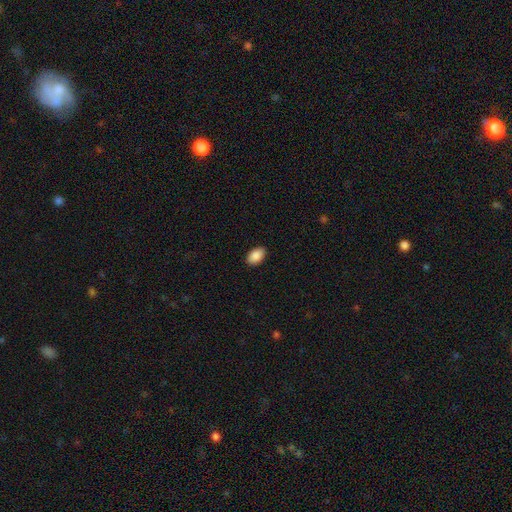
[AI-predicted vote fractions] smooth-or-featured: smooth: 89% | star or artifact: 7% | featured or disk: 4%
  how-rounded: in between: 92% | round: 7% | cigar-shaped: 1%
  merging: none: 89% | minor disturbance: 8% | major disturbance: 2% | merger: 1%